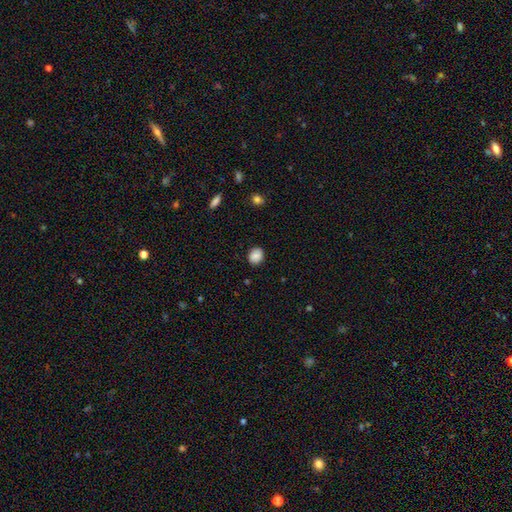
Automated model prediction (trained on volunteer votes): smooth-or-featured: smooth: 87% | star or artifact: 8% | featured or disk: 5%
  how-rounded: round: 69% | in between: 30% | cigar-shaped: 1%
  merging: none: 87% | minor disturbance: 10% | major disturbance: 2% | merger: 1%